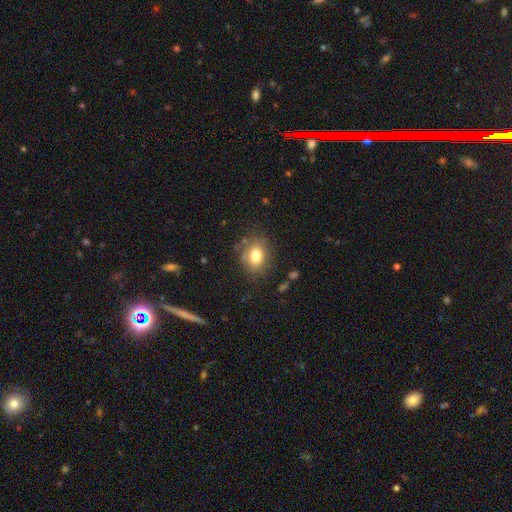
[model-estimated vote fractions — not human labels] smooth_or_featured: smooth (p=0.78) [alt: featured or disk p=0.12]
how_rounded: in between (p=0.59) [alt: round p=0.40]
merging: none (p=0.76) [alt: minor disturbance p=0.16]